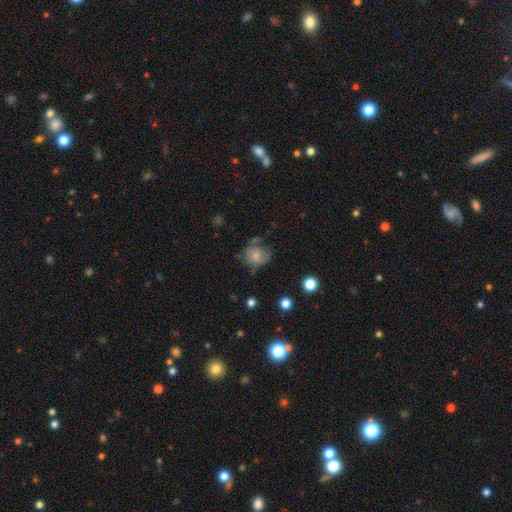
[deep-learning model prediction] Overall: smooth (74%). How rounded: round (68%; in between 31%). Merging: none (50%; minor disturbance 29%).